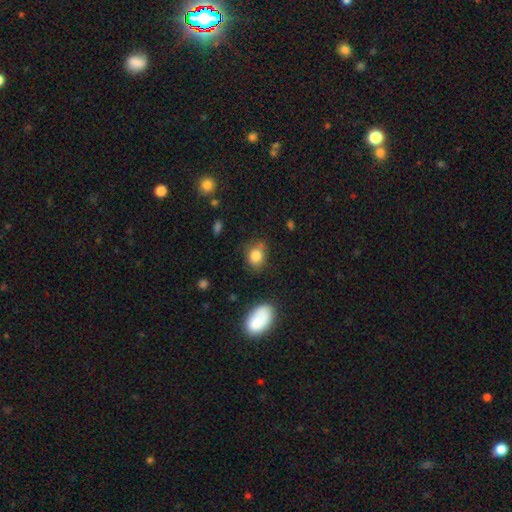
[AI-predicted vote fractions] Q: Smooth or featured?
A: smooth (82%); runner-up: star or artifact (10%)
Q: How rounded?
A: round (50%); runner-up: in between (48%)
Q: Merging?
A: none (67%); runner-up: minor disturbance (23%)